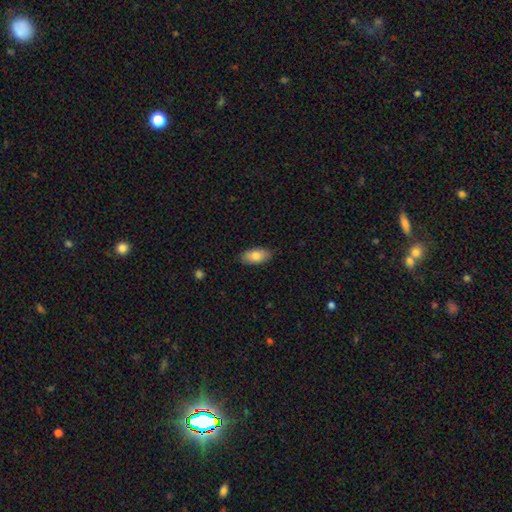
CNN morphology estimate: Smooth or featured: smooth — 79% (featured or disk — 15%)
How rounded: in between — 92% (cigar-shaped — 5%)
Merging: none — 87% (minor disturbance — 10%)